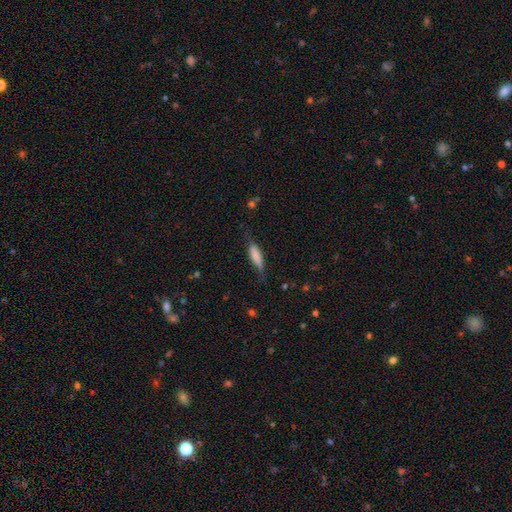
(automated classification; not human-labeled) smooth 66%, featured or disk 27%, star or artifact 7%. Down the decision tree: how rounded — cigar-shaped (65%); merging — none (64%).